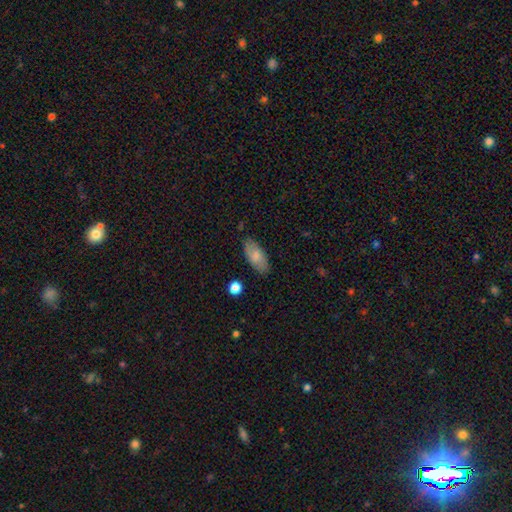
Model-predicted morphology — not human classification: A smooth galaxy with no disk features (78%) that is in between round and cigar-shaped (88%). Merging: none (81%).